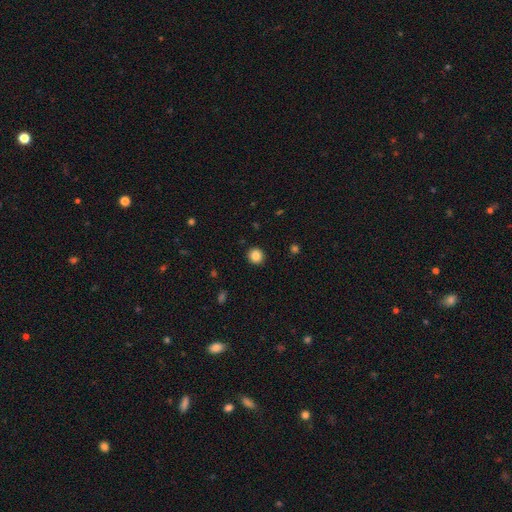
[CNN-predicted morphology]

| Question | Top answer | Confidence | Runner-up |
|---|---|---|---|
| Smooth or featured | smooth | 84% | star or artifact (11%) |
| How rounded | round | 92% | in between (7%) |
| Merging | none | 92% | minor disturbance (5%) |